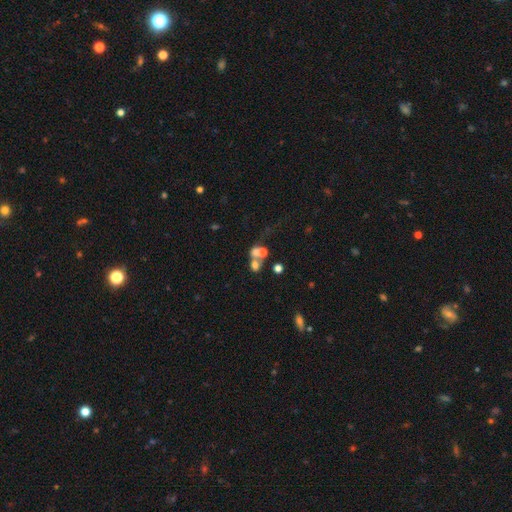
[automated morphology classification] A smooth galaxy with no disk features (45%). Merging: merger (53%).